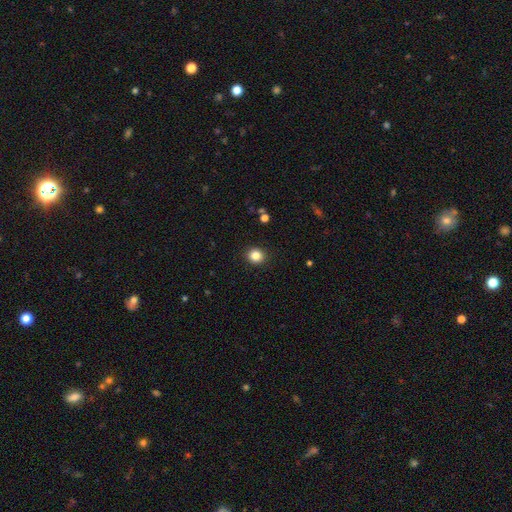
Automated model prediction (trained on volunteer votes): The model was most divided on "how rounded": round: 85%, in between: 14%, cigar-shaped: 1%. More confident: merging — none (91%); smooth or featured — smooth (84%).